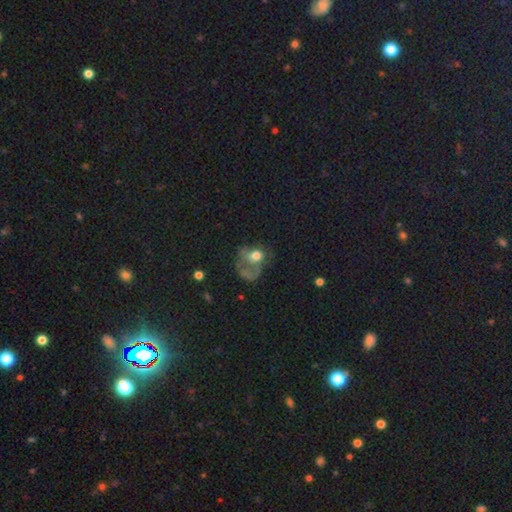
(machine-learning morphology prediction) A smooth galaxy with no disk features (52%) that is round (50%). Merging: major disturbance (56%).